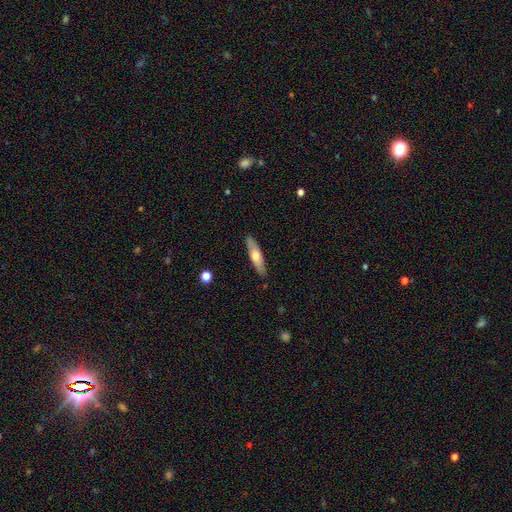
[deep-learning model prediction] smooth-or-featured: smooth: 55% | featured or disk: 39% | star or artifact: 6%
  how-rounded: cigar-shaped: 70% | in between: 28% | round: 2%
  merging: none: 86% | minor disturbance: 11% | major disturbance: 2% | merger: 1%